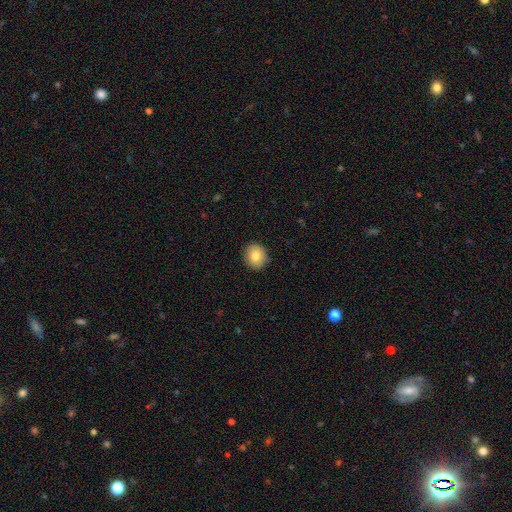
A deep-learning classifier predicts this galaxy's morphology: Smooth or featured: smooth — 82% (featured or disk — 9%)
How rounded: round — 84% (in between — 15%)
Merging: none — 91% (minor disturbance — 7%)